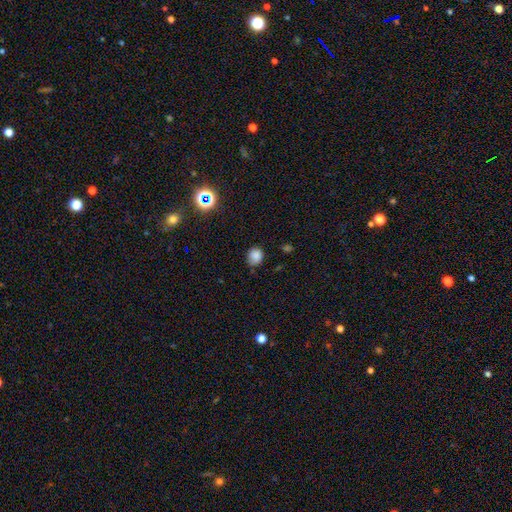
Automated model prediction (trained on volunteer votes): smooth_or_featured: smooth (p=0.81) [alt: star or artifact p=0.13]
how_rounded: round (p=0.68) [alt: in between p=0.31]
merging: none (p=0.64) [alt: minor disturbance p=0.29]